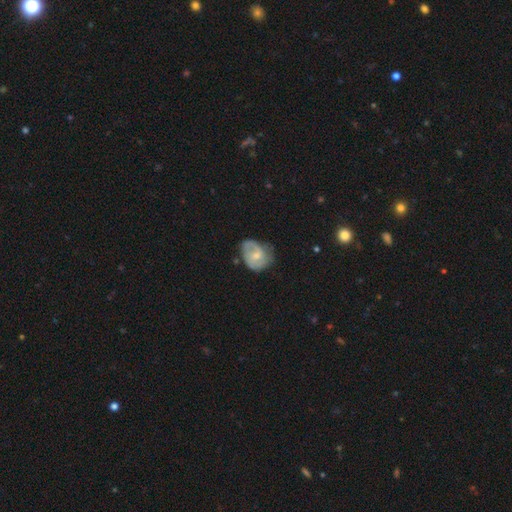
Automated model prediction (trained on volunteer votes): Q: Smooth or featured?
A: featured or disk (59%); runner-up: smooth (35%)
Q: Edge-on disk?
A: no (97%); runner-up: yes (3%)
Q: Bar?
A: no (60%); runner-up: weak (35%)
Q: Spiral arms?
A: yes (79%); runner-up: no (21%)
Q: Bulge size?
A: small (50%); runner-up: moderate (42%)
Q: Merging?
A: none (48%); runner-up: minor disturbance (33%)